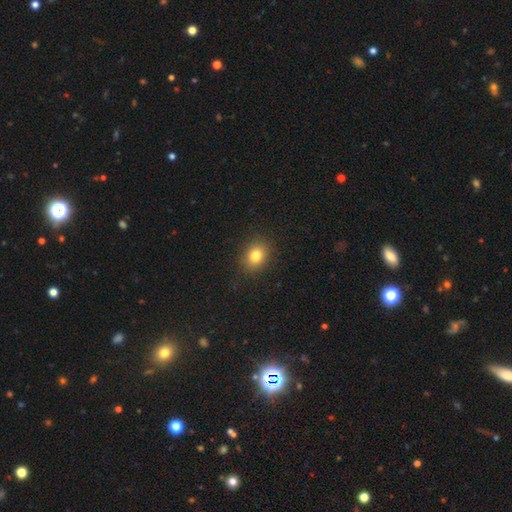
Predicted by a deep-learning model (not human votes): smooth_or_featured: smooth (p=0.81) [alt: star or artifact p=0.11]
how_rounded: round (p=0.51) [alt: in between p=0.48]
merging: none (p=0.88) [alt: minor disturbance p=0.08]